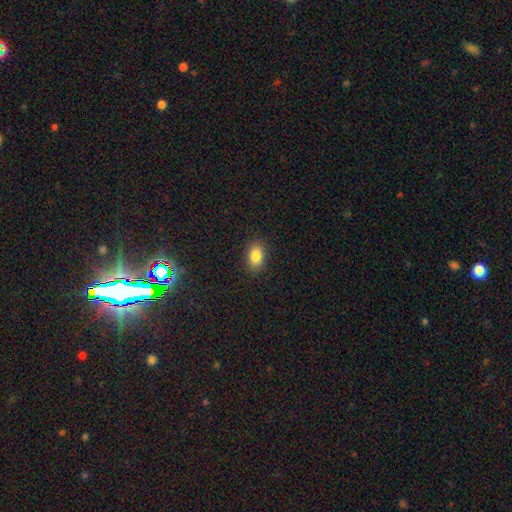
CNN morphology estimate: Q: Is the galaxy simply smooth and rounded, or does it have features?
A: smooth — 85%.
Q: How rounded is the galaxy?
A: in between — 82%.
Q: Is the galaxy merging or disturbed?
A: none — 88%.